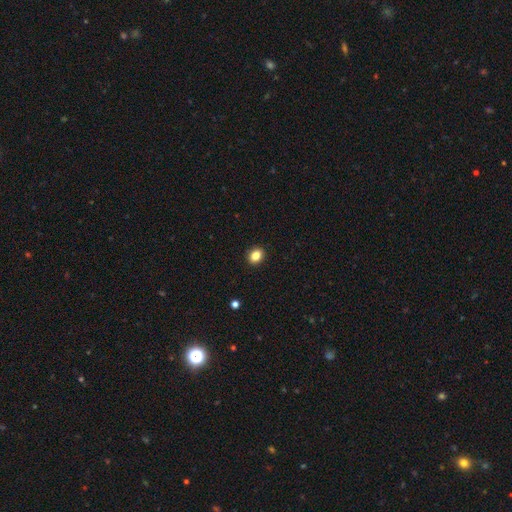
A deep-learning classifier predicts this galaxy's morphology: This is clearly a smooth galaxy (85%). How rounded: possibly round (57%). Merging: clearly none (92%).